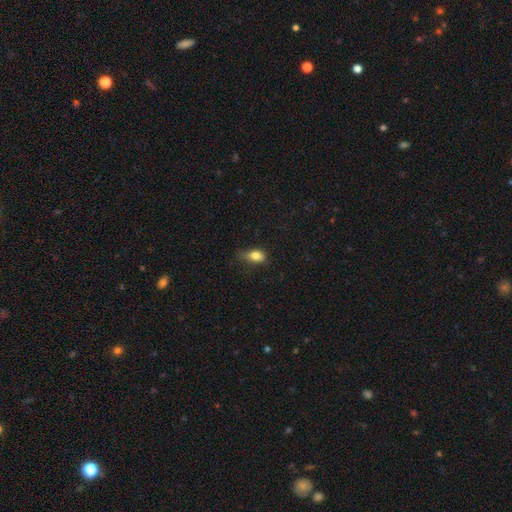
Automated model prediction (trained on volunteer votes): smooth 82%, featured or disk 9%, star or artifact 9%. Down the decision tree: how rounded — in between (80%); merging — none (48%).